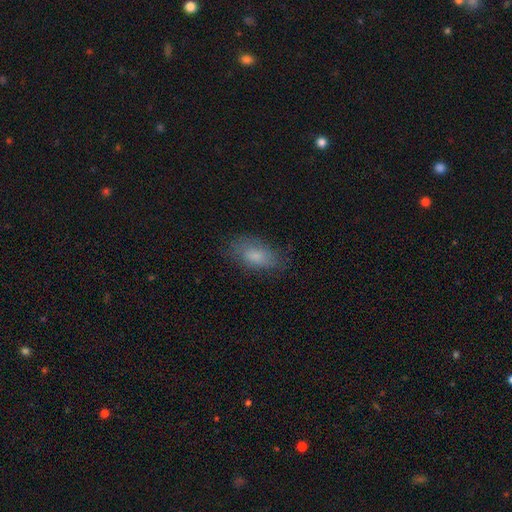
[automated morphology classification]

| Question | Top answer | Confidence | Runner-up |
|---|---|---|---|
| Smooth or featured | smooth | 75% | featured or disk (17%) |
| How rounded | in between | 89% | cigar-shaped (7%) |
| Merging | none | 72% | minor disturbance (20%) |